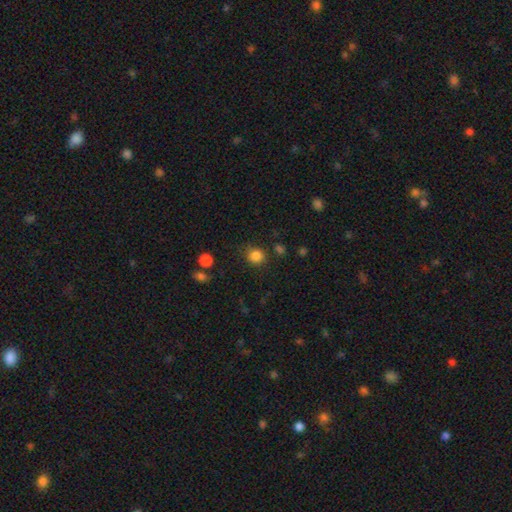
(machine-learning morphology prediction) A smooth galaxy with no disk features (84%) that is round (85%).

Vote fractions:
- Smooth or featured? smooth: 84% / star or artifact: 12% / featured or disk: 4%
- How rounded? round: 85% / in between: 14% / cigar-shaped: 1%
- Merging? none: 80% / minor disturbance: 13% / major disturbance: 4% / merger: 3%